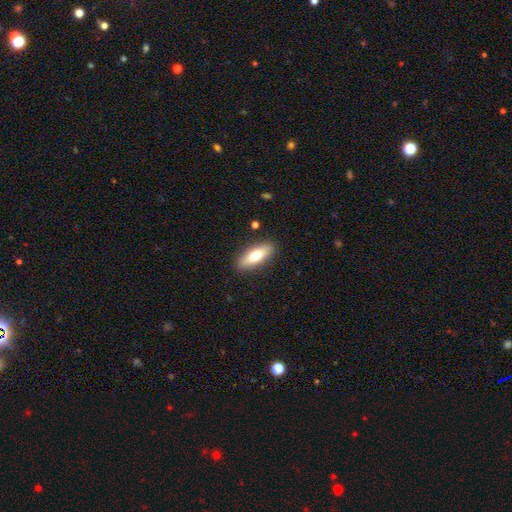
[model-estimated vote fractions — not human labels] Overall: smooth (69%). How rounded: in between (63%; cigar-shaped 35%). Merging: none (88%).